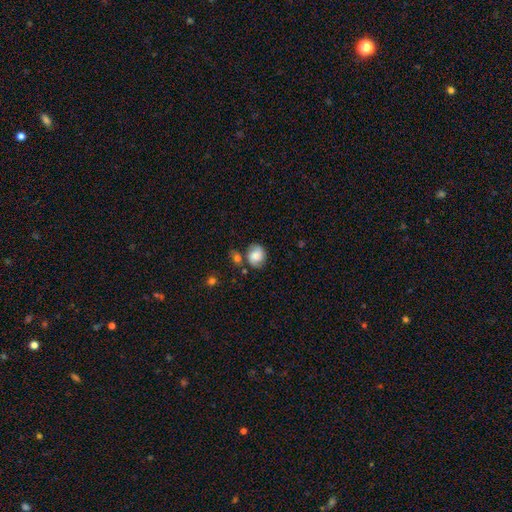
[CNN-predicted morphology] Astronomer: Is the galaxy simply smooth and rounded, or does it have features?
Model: smooth — 59%.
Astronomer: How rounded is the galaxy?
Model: round — 61% (runner-up: in between, 38%).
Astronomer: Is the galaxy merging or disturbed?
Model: none — 65%.